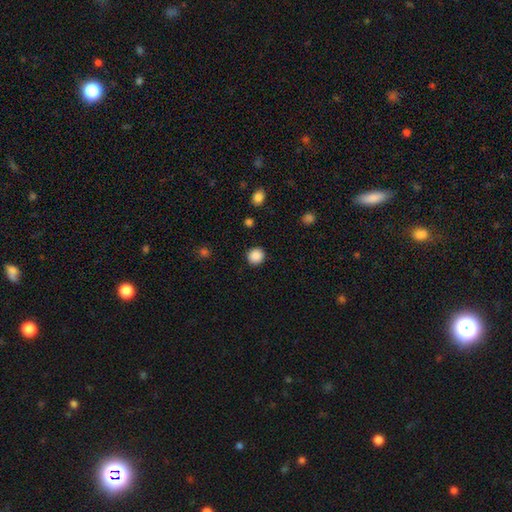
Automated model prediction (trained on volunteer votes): Overall: smooth (88%). How rounded: round (90%). Merging: none (90%).